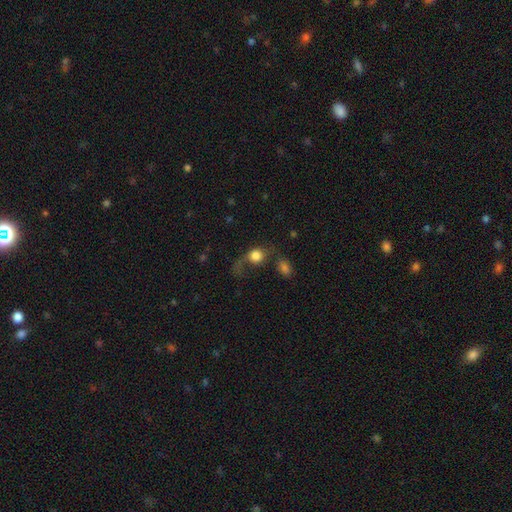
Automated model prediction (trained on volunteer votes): Smooth or featured?
  - smooth: 70% *
  - featured or disk: 20%
  - star or artifact: 10%
How rounded?
  - round: 74% *
  - in between: 24%
  - cigar-shaped: 2%
Merging?
  - major disturbance: 45% *
  - none: 24%
  - merger: 16%
  - minor disturbance: 14%